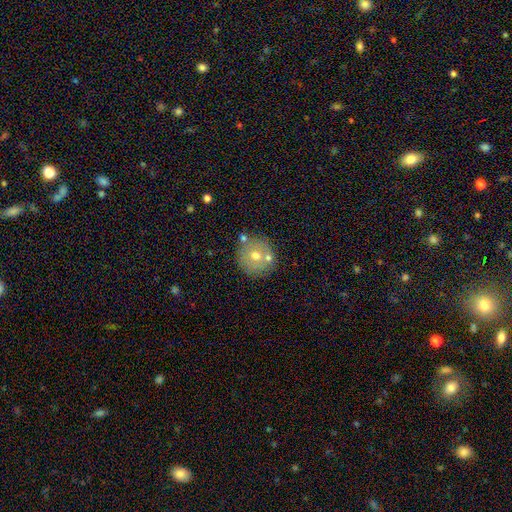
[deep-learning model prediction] Smooth or featured? Predicted: smooth (p=0.59). How rounded? Predicted: round (p=0.90). Merging? Predicted: none (p=0.72).